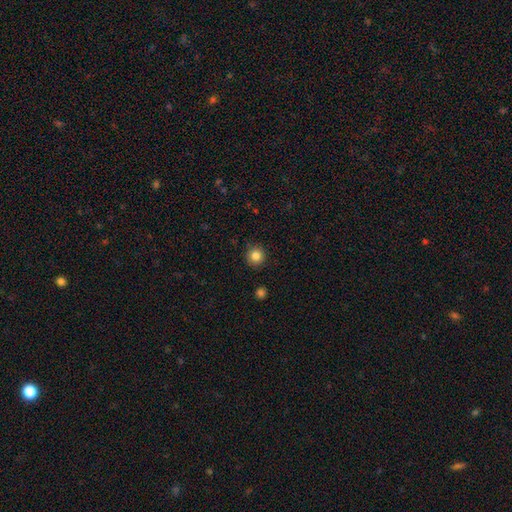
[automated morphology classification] Smooth or featured? Predicted: smooth (p=0.84). How rounded? Predicted: round (p=0.94). Merging? Predicted: none (p=0.90).